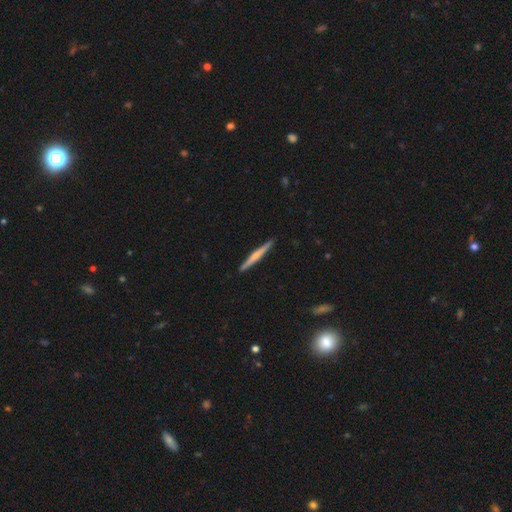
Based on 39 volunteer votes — Smooth or featured? 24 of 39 (62%) said featured or disk. Edge-on disk? 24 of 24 (100%) said yes. Edge-on bulge? 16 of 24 (67%) said rounded. Merging? 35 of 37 (95%) said none.